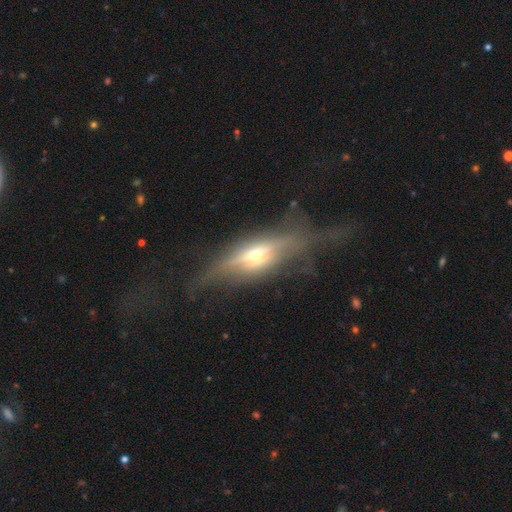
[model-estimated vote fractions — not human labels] smooth_or_featured: featured or disk (p=0.73) [alt: smooth p=0.19]
disk_edge_on: yes (p=0.79) [alt: no p=0.21]
edge_on_bulge: rounded (p=0.86) [alt: boxy p=0.09]
merging: none (p=0.48) [alt: major disturbance p=0.27]